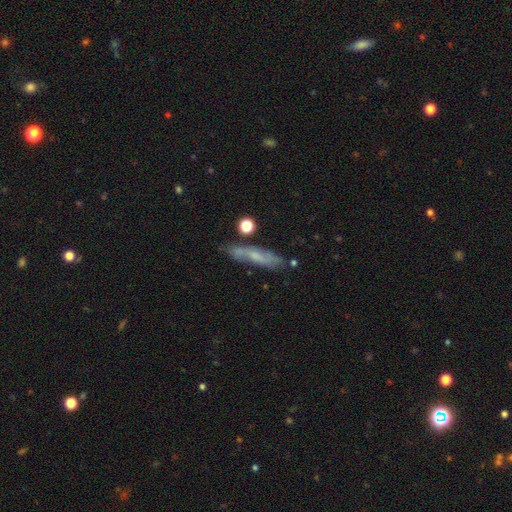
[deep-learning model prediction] A featured or disk galaxy (49%).

Vote fractions:
- Smooth or featured? featured or disk: 49% / smooth: 40% / star or artifact: 11%
- Merging? none: 72% / minor disturbance: 18% / merger: 5% / major disturbance: 5%